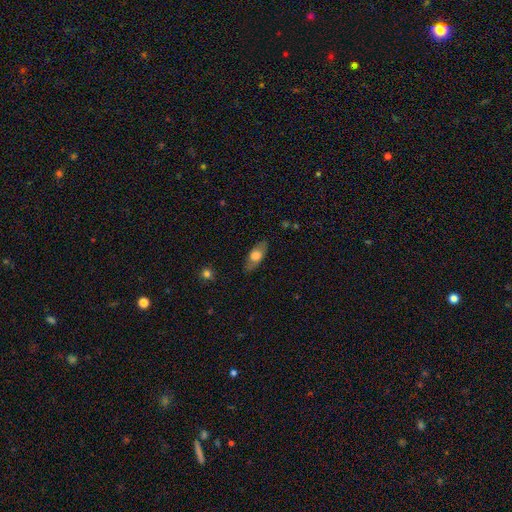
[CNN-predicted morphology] Smooth or featured?
  - smooth: 62% *
  - featured or disk: 32%
  - star or artifact: 6%
How rounded?
  - in between: 82% *
  - cigar-shaped: 14%
  - round: 4%
Merging?
  - none: 83% *
  - minor disturbance: 13%
  - major disturbance: 3%
  - merger: 1%